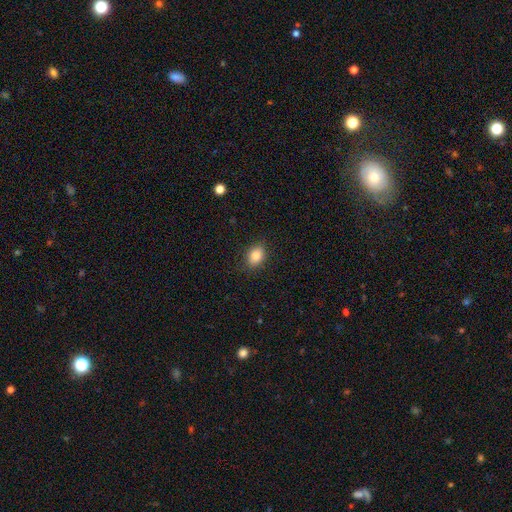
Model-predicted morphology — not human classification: smooth 86%, star or artifact 9%, featured or disk 5%. Down the decision tree: how rounded — in between (71%); merging — none (85%).